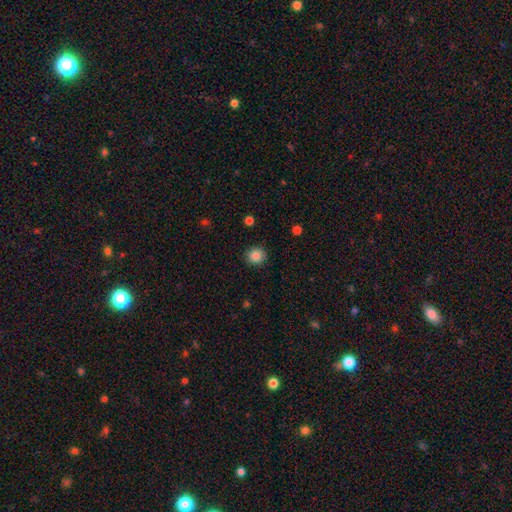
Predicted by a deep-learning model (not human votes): This is clearly a smooth galaxy (85%). How rounded: clearly round (89%). Merging: clearly none (91%).